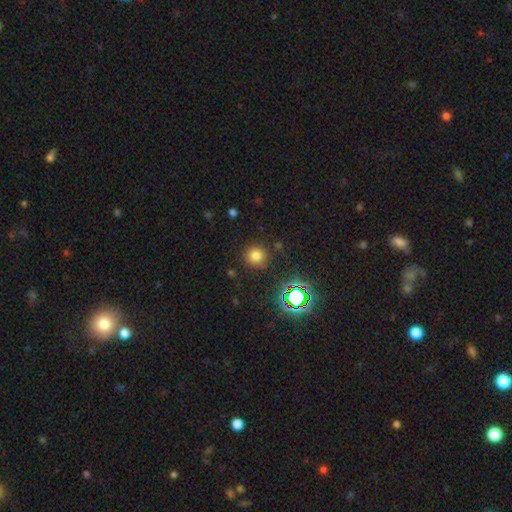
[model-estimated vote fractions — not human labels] Morphology: type=smooth (73%); roundness=round (92%); merging=none (86%).